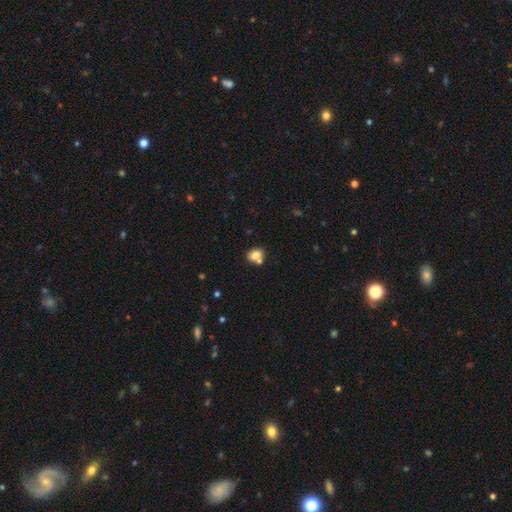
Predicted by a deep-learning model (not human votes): smooth_or_featured: smooth (p=0.79) [alt: star or artifact p=0.10]
how_rounded: round (p=0.50) [alt: in between p=0.49]
merging: none (p=0.56) [alt: merger p=0.29]